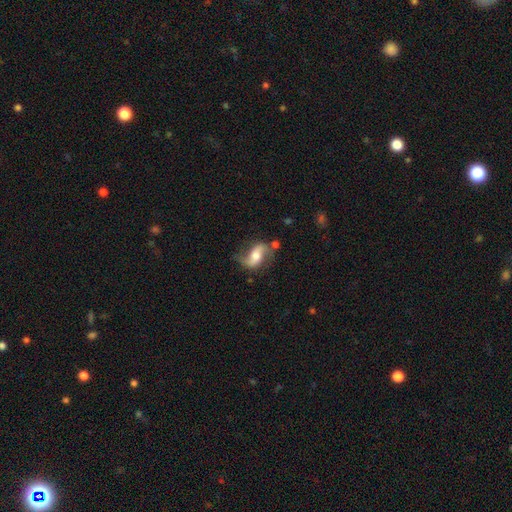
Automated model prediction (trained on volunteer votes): featured or disk 74%, smooth 19%, star or artifact 7%. Down the decision tree: edge-on disk — no (95%); bar — no (42%); spiral arms — yes (92%); spiral arm count — 2 (90%); spiral winding — loose (70%); bulge size — moderate (62%); merging — none (63%).